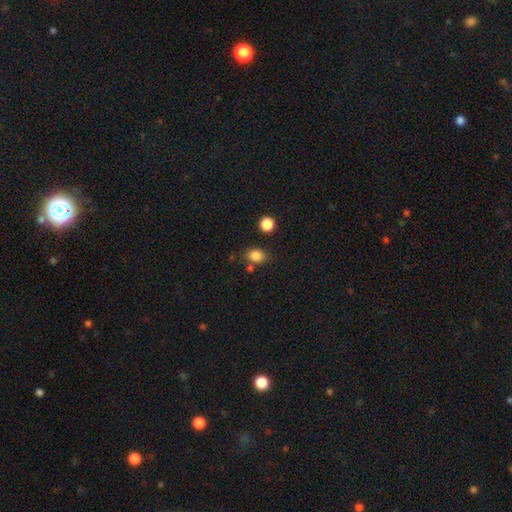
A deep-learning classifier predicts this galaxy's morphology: Smooth or featured? Predicted: smooth (p=0.85). How rounded? Predicted: in between (p=0.60). Merging? Predicted: none (p=0.72).